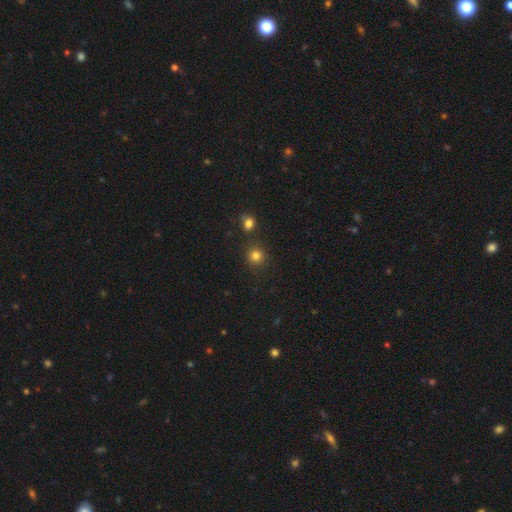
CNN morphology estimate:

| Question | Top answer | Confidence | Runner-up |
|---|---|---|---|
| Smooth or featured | smooth | 80% | star or artifact (15%) |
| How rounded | round | 91% | in between (8%) |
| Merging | none | 81% | minor disturbance (8%) |